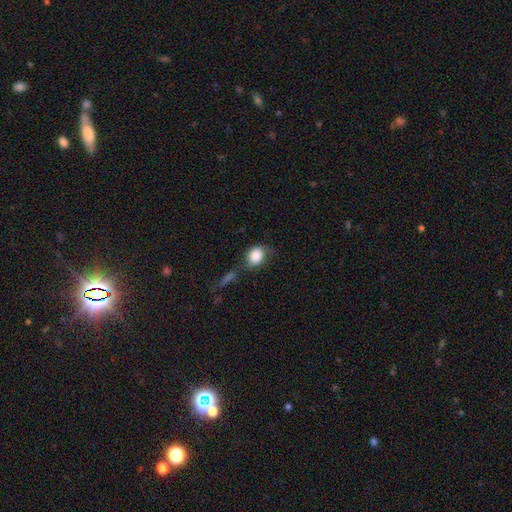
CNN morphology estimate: This is clearly a smooth galaxy (82%). How rounded: possibly in between (55%). Merging: possibly none (45%).